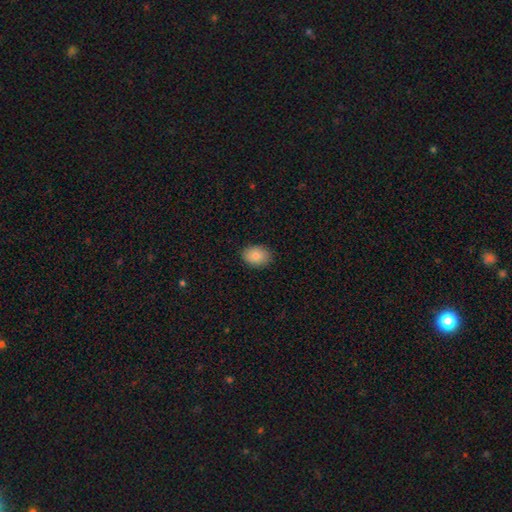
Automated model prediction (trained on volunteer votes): Smooth or featured? Predicted: smooth (p=0.86). How rounded? Predicted: in between (p=0.75). Merging? Predicted: none (p=0.88).